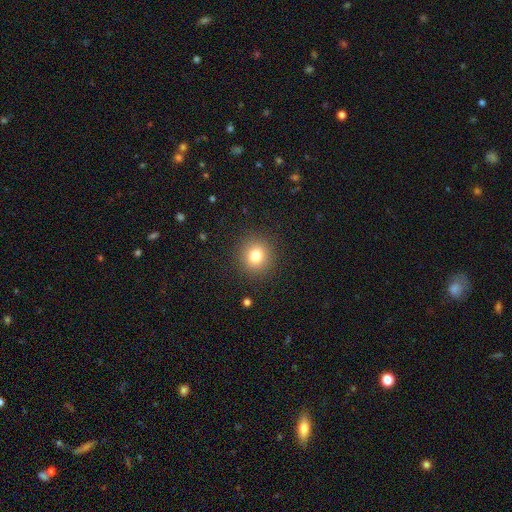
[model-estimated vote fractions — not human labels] smooth-or-featured: smooth: 80% | star or artifact: 12% | featured or disk: 7%
  how-rounded: round: 88% | in between: 11% | cigar-shaped: 1%
  merging: none: 90% | minor disturbance: 6% | major disturbance: 3% | merger: 1%